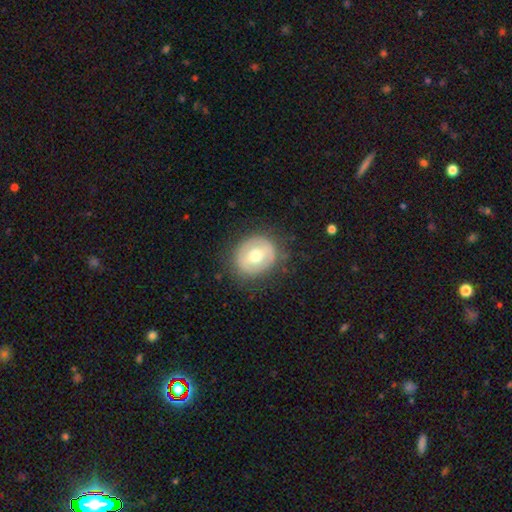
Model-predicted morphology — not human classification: Smooth or featured? Predicted: smooth (p=0.52). How rounded? Predicted: round (p=0.73). Merging? Predicted: none (p=0.80).